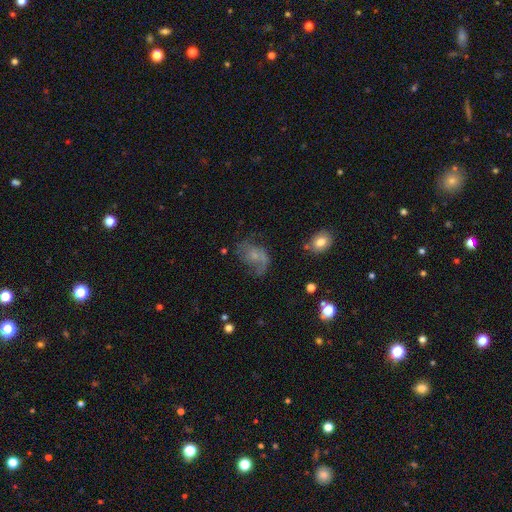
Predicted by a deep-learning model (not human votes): Smooth or featured? featured or disk (60%)
Edge-on disk? no (97%)
Bar? no (75%)
Spiral arms? yes (77%)
Bulge size? small (64%)
Merging? none (40%)